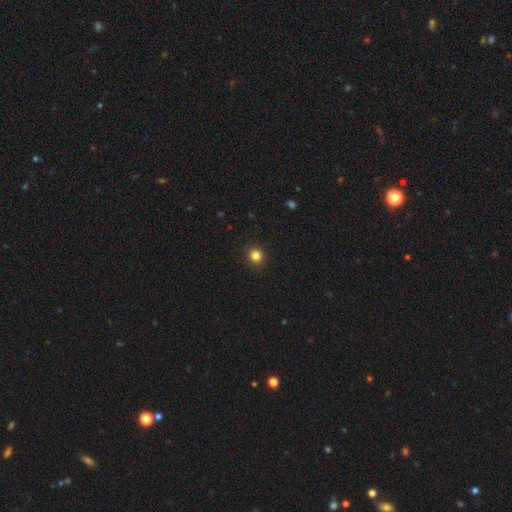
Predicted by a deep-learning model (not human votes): Smooth or featured? smooth (83%)
How rounded? round (93%)
Merging? none (93%)